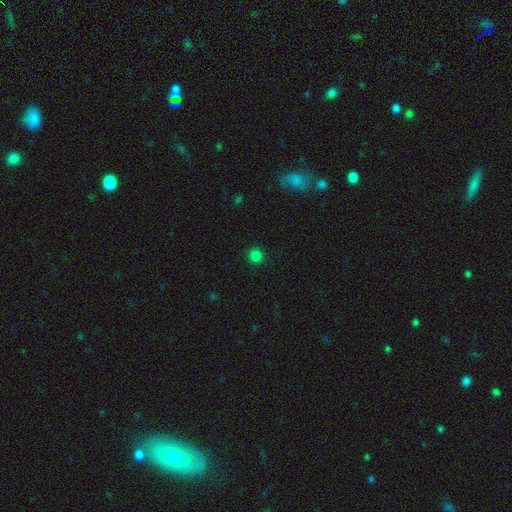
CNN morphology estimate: Smooth or featured: smooth — 82% (star or artifact — 15%)
How rounded: round — 93% (in between — 6%)
Merging: none — 91% (minor disturbance — 5%)